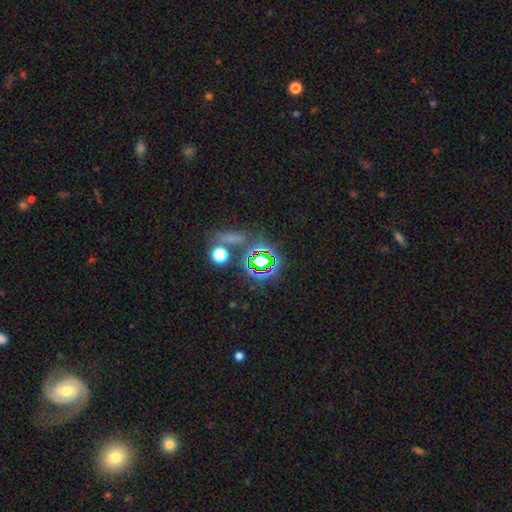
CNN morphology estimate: smooth-or-featured: star or artifact: 63% | smooth: 20% | featured or disk: 17%